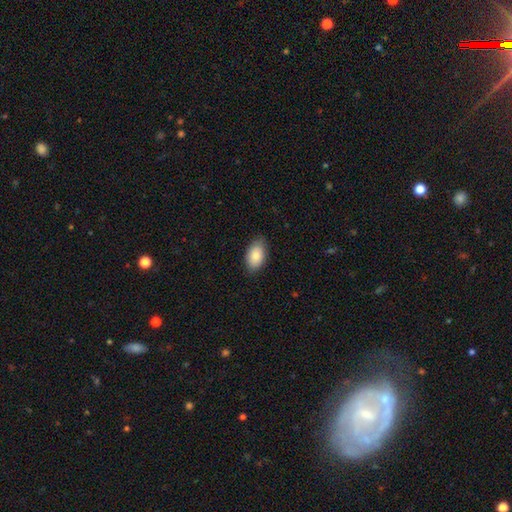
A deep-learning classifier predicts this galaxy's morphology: Smooth or featured? smooth (86%)
How rounded? in between (93%)
Merging? none (82%)